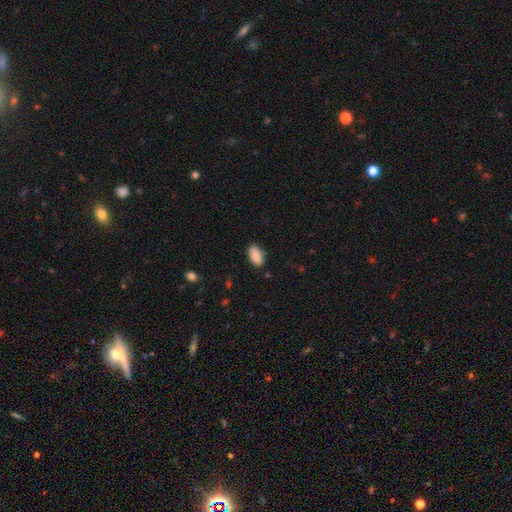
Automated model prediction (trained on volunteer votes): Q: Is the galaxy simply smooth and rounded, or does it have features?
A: smooth — 88%.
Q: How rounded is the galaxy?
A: in between — 92%.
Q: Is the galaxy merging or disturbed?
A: none — 83%.